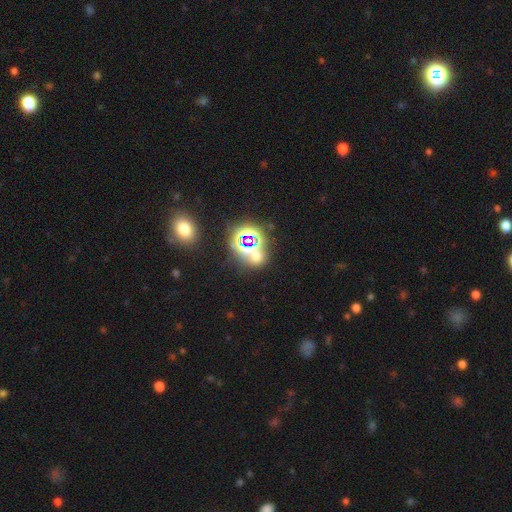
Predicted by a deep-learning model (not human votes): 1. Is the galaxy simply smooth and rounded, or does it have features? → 59% star or artifact, 32% smooth, 9% featured or disk.